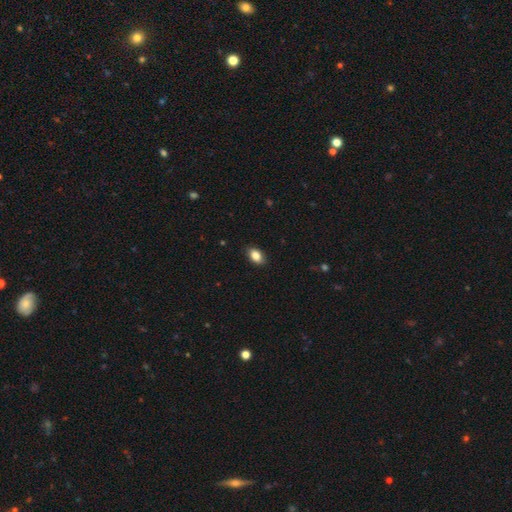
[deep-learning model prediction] Smooth or featured? smooth (85%)
How rounded? in between (89%)
Merging? none (87%)